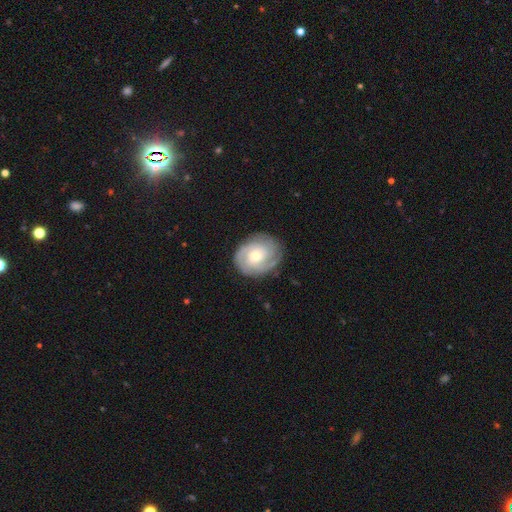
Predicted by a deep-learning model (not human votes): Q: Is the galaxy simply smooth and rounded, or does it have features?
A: featured or disk — 78%.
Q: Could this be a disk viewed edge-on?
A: no — 98%.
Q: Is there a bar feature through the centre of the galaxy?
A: no — 73%.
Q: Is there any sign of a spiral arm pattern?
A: yes — 95%.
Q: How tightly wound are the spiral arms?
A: tight — 64%.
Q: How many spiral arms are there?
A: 3 — 31%.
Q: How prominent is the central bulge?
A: moderate — 48%.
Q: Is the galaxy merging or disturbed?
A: none — 81%.